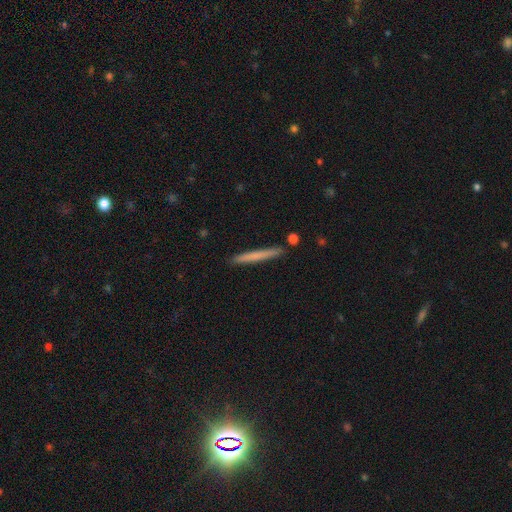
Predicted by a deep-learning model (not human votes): Smooth or featured: smooth — 67% (featured or disk — 27%)
How rounded: cigar-shaped — 97% (in between — 2%)
Merging: none — 90% (minor disturbance — 7%)